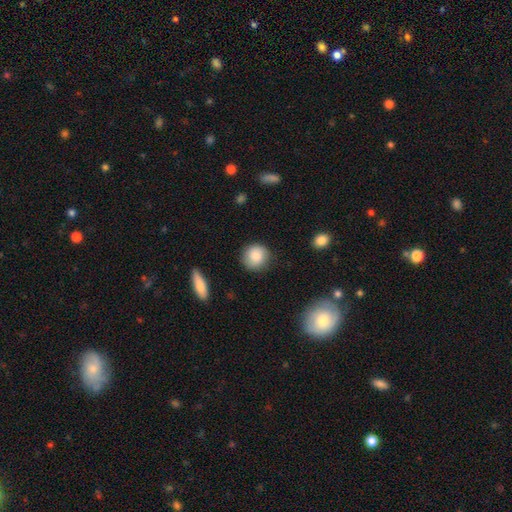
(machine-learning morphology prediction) Overall: smooth (84%). How rounded: round (90%). Merging: none (84%).